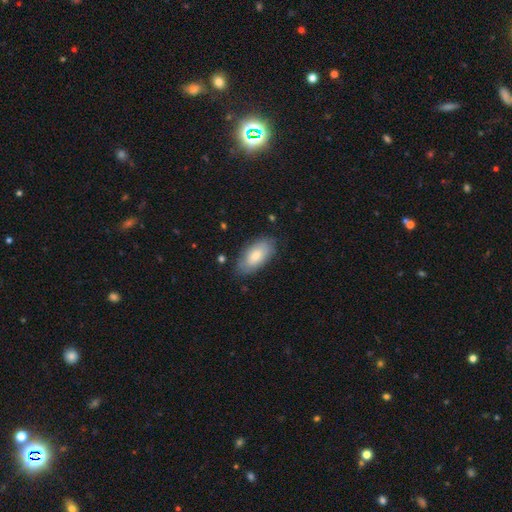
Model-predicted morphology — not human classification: type=smooth (70%); roundness=in between (93%); merging=none (76%).